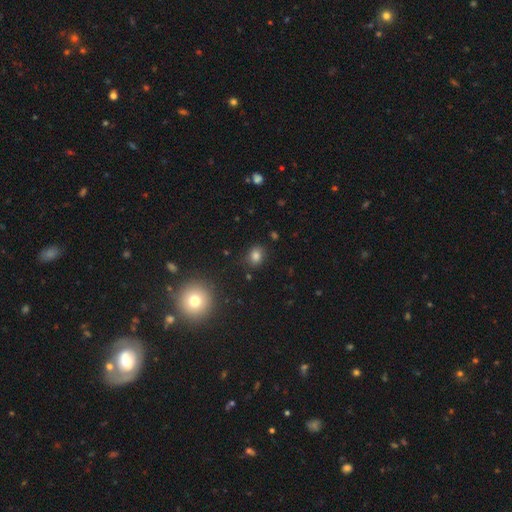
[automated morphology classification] Smooth or featured?
  - smooth: 79% *
  - star or artifact: 15%
  - featured or disk: 6%
How rounded?
  - round: 51% *
  - in between: 47%
  - cigar-shaped: 1%
Merging?
  - none: 82% *
  - minor disturbance: 12%
  - major disturbance: 3%
  - merger: 2%